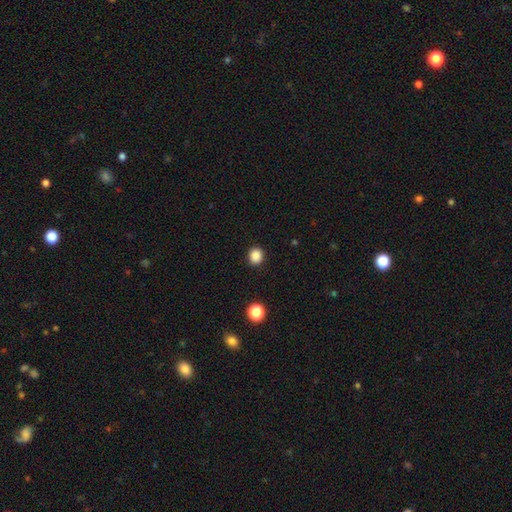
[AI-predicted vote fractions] Morphology: type=smooth (87%); roundness=round (75%); merging=none (90%).